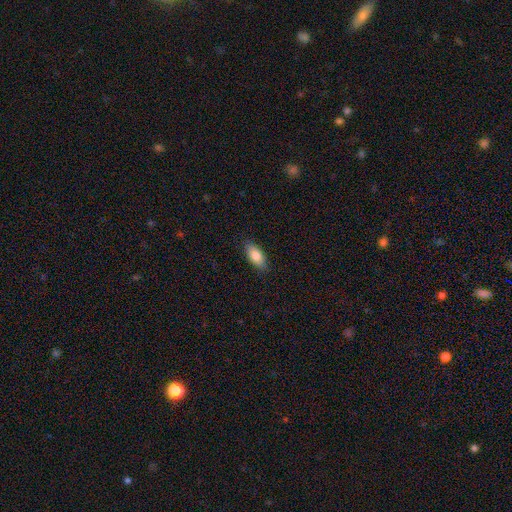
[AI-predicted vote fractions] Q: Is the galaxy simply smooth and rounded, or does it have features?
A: smooth — 83%.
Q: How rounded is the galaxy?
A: in between — 86%.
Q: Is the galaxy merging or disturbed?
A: none — 87%.